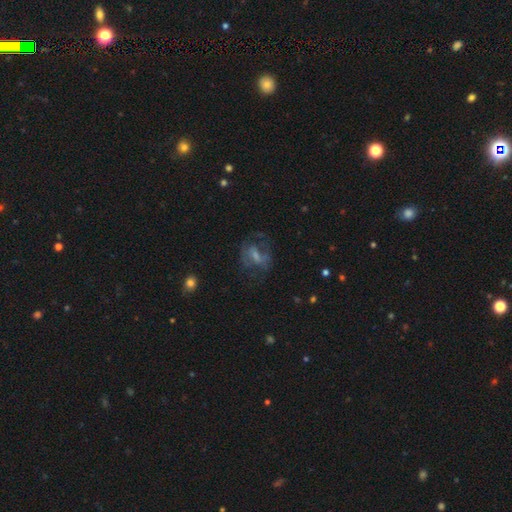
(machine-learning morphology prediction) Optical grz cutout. It shows a featured or disk galaxy (53%) with a weak bar (43%), spiral arms (56%) and a small central bulge (34%). Merging: none (47%).